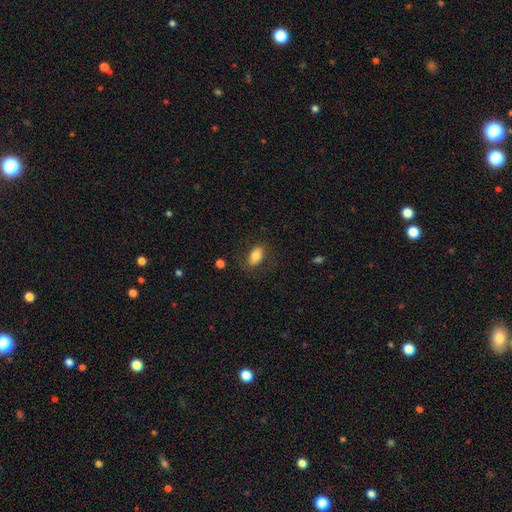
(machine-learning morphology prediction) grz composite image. It shows a smooth galaxy with no disk features (79%) that is in between round and cigar-shaped (88%). Merging: none (78%).